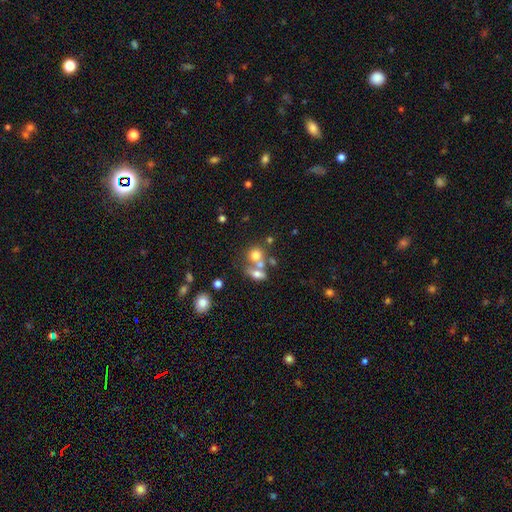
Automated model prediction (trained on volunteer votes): Smooth or featured: smooth — 68% (featured or disk — 18%)
How rounded: round — 70% (in between — 28%)
Merging: merger — 47% (none — 38%)